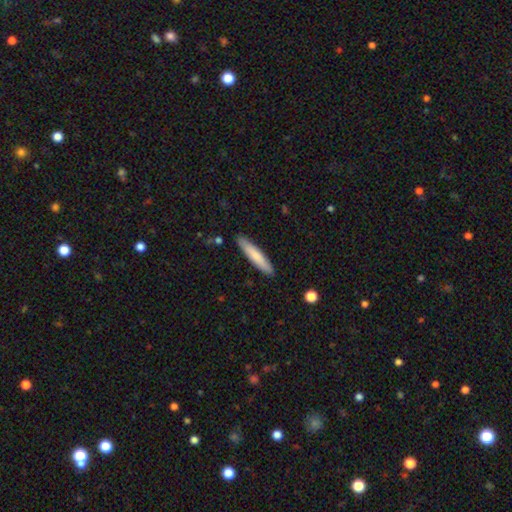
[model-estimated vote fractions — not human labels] smooth 77%, featured or disk 18%, star or artifact 5%. Down the decision tree: how rounded — cigar-shaped (90%); merging — none (89%).